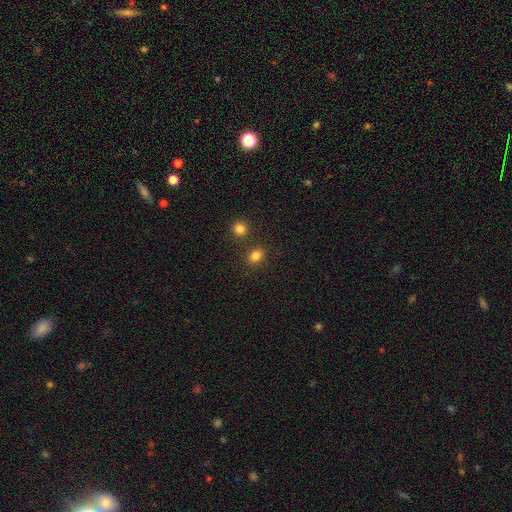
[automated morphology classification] A smooth galaxy with no disk features (82%) that is in between round and cigar-shaped (52%). Merging: none (78%).